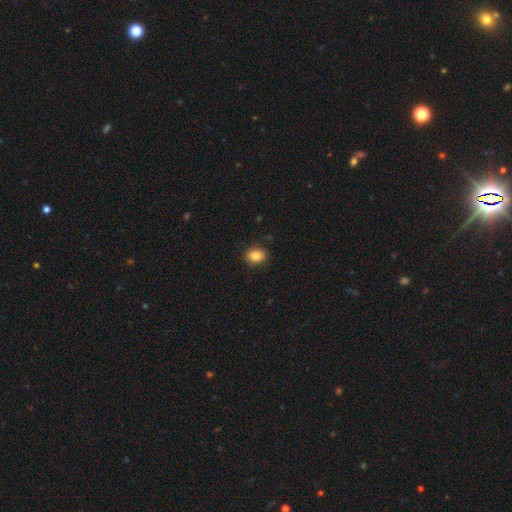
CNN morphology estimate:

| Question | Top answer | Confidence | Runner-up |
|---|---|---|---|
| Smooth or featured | smooth | 85% | star or artifact (9%) |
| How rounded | in between | 73% | round (26%) |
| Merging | none | 88% | minor disturbance (9%) |